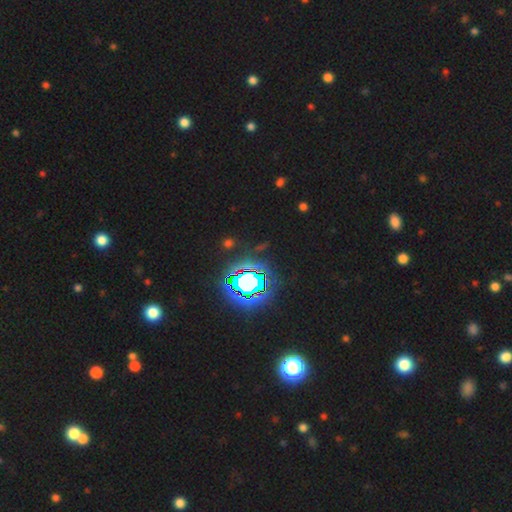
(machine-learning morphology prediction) smooth_or_featured: star or artifact (p=0.81) [alt: smooth p=0.11]